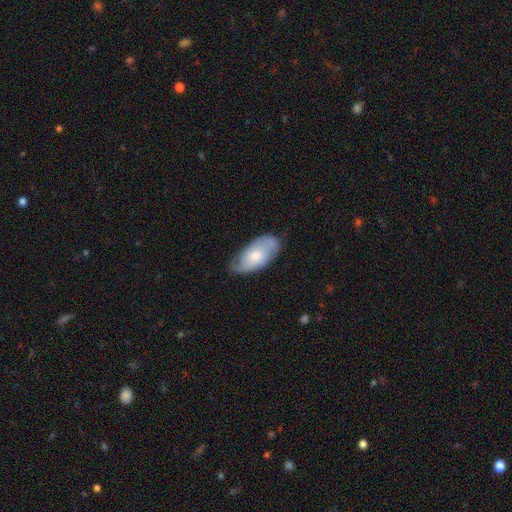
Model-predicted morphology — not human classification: smooth_or_featured: smooth (p=0.53) [alt: featured or disk p=0.41]
how_rounded: in between (p=0.93) [alt: cigar-shaped p=0.04]
merging: none (p=0.63) [alt: minor disturbance p=0.29]